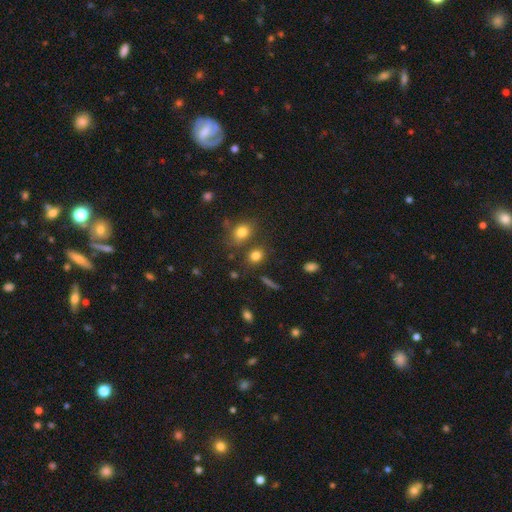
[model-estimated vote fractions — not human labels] Q: Smooth or featured?
A: smooth (79%); runner-up: star or artifact (13%)
Q: How rounded?
A: round (55%); runner-up: in between (43%)
Q: Merging?
A: none (72%); runner-up: merger (13%)